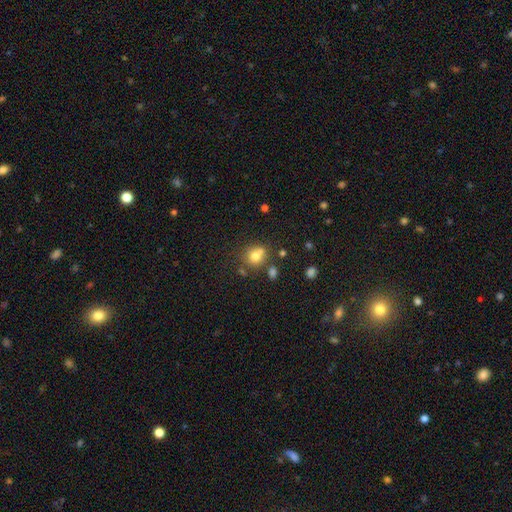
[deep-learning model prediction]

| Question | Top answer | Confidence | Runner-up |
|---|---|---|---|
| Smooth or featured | smooth | 74% | star or artifact (13%) |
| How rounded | round | 73% | in between (26%) |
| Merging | none | 54% | merger (26%) |